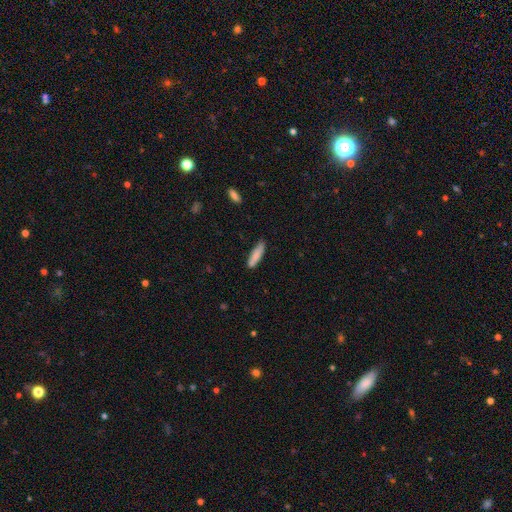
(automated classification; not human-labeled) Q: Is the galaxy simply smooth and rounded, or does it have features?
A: smooth — 82%.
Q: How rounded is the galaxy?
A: cigar-shaped — 72%.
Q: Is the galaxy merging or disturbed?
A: none — 73%.